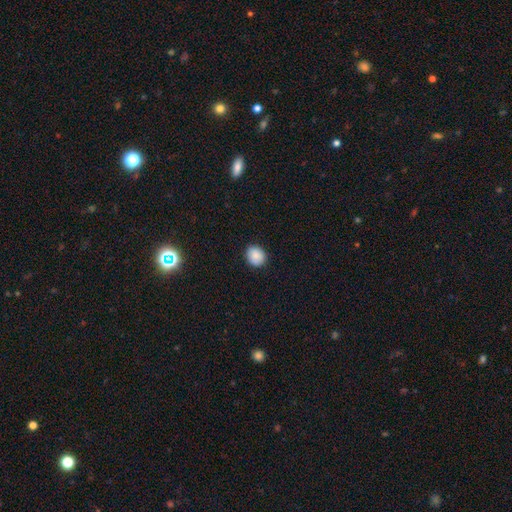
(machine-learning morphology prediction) A smooth galaxy with no disk features (87%) that is round (69%). Merging: none (87%).